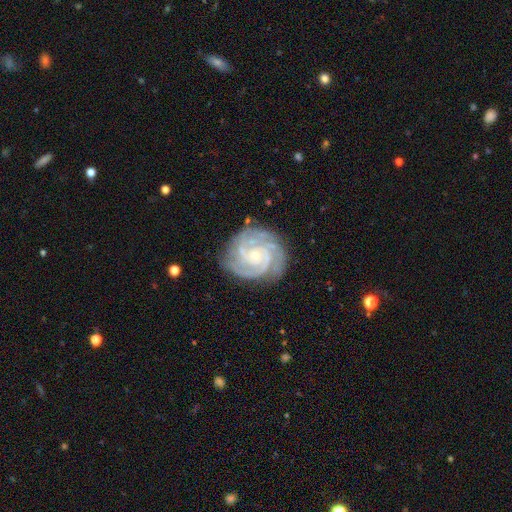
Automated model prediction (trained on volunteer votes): A featured or disk galaxy (91%) with no bar (72%), 3 (40%) tight (75%) spiral arms (98%) and a small central bulge (80%). Merging: none (79%).